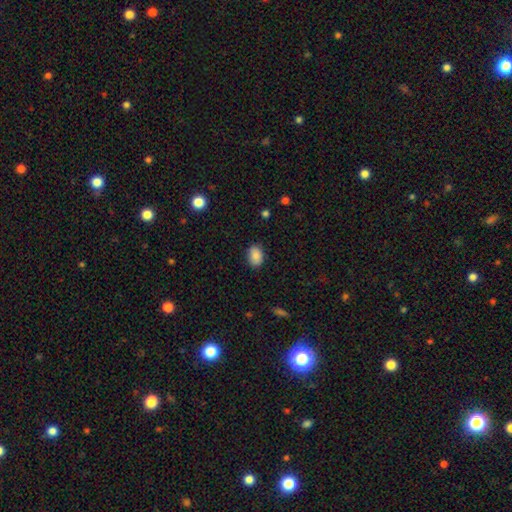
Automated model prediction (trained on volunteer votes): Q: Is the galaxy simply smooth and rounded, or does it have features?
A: smooth — 86%.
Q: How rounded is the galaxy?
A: in between — 81%.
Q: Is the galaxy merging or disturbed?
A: none — 86%.